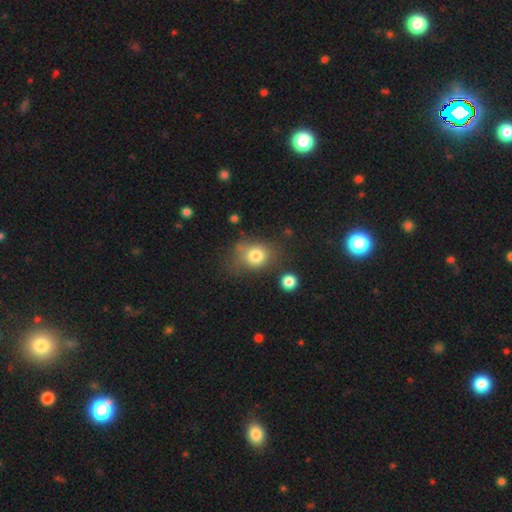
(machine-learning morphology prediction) type=smooth (79%); roundness=round (60%); merging=none (59%).